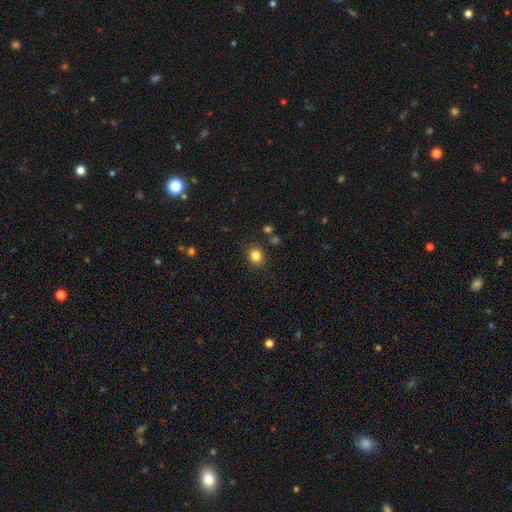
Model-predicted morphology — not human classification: smooth_or_featured: smooth (p=0.84) [alt: star or artifact p=0.12]
how_rounded: round (p=0.79) [alt: in between p=0.20]
merging: none (p=0.88) [alt: minor disturbance p=0.07]